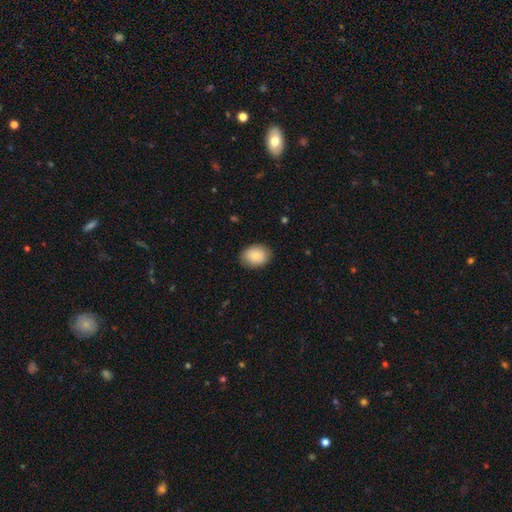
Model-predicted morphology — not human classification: Q: Smooth or featured?
A: smooth (84%); runner-up: featured or disk (10%)
Q: How rounded?
A: in between (64%); runner-up: round (35%)
Q: Merging?
A: none (83%); runner-up: minor disturbance (13%)